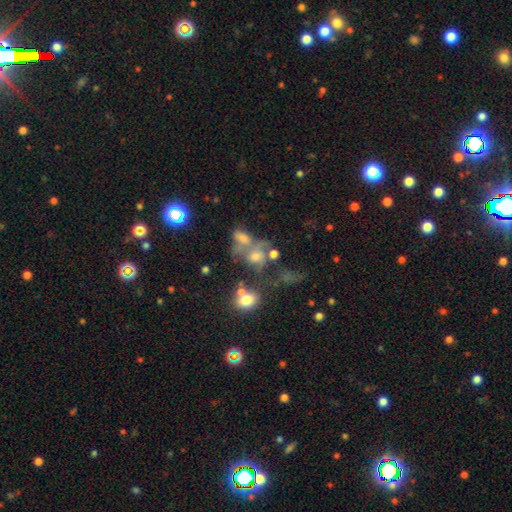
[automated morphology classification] Smooth or featured? Predicted: star or artifact (p=0.37).